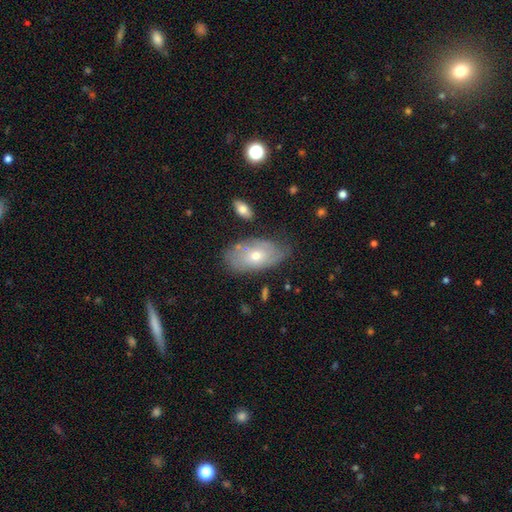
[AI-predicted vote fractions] Smooth or featured? featured or disk (46%, tied with smooth)
Merging? none (64%)